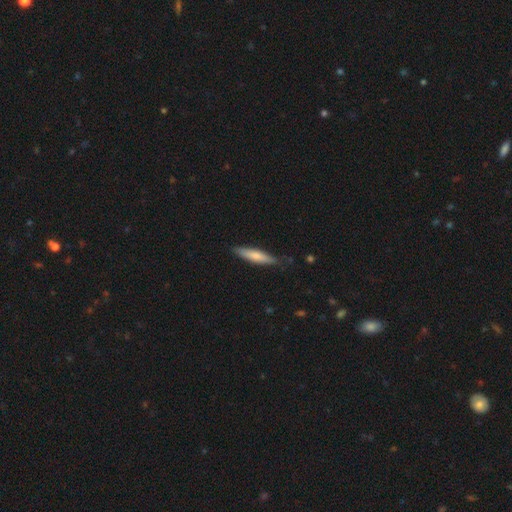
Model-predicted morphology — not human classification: The model was most divided on "smooth or featured": smooth: 68%, featured or disk: 27%, star or artifact: 5%. More confident: how rounded — cigar-shaped (84%); merging — none (82%).